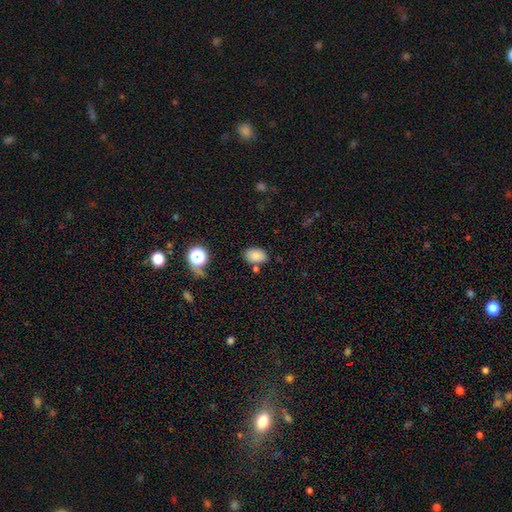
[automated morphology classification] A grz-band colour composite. It shows a smooth galaxy with no disk features (83%) that is in between round and cigar-shaped (85%). Merging: none (75%).